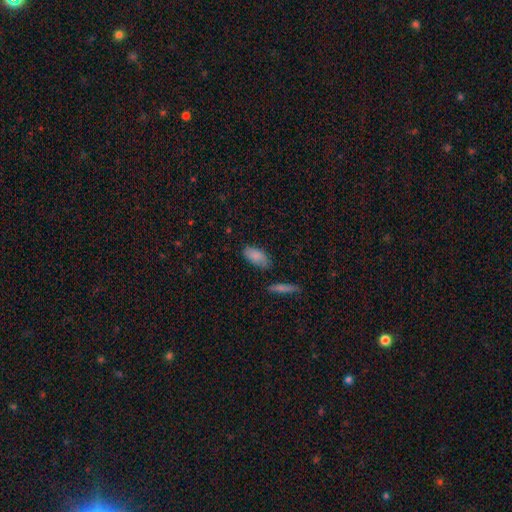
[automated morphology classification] Q: Smooth or featured?
A: smooth (85%); runner-up: featured or disk (7%)
Q: How rounded?
A: in between (89%); runner-up: cigar-shaped (9%)
Q: Merging?
A: none (76%); runner-up: minor disturbance (17%)